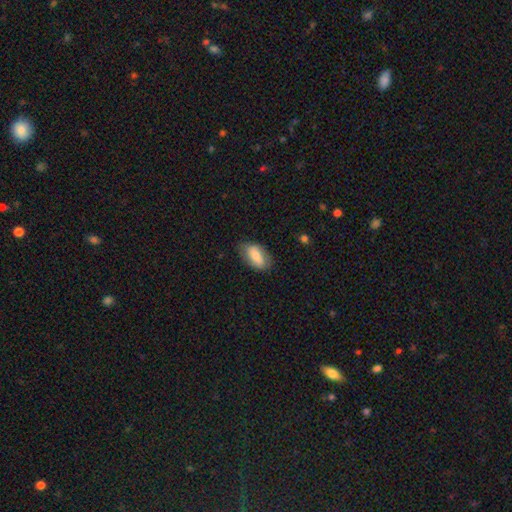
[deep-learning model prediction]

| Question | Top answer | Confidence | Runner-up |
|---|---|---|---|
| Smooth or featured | smooth | 67% | featured or disk (26%) |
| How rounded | in between | 91% | round (5%) |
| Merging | none | 75% | minor disturbance (19%) |